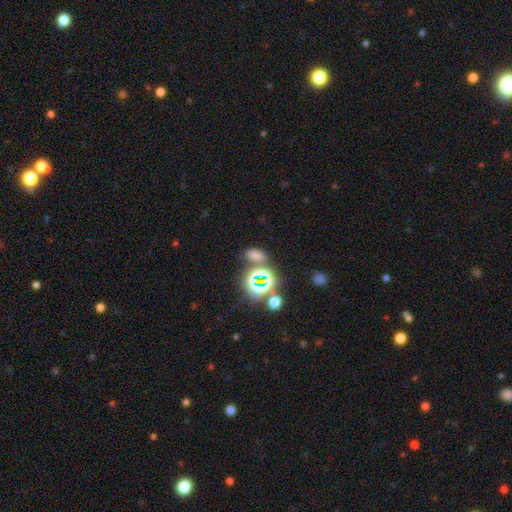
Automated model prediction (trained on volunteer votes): smooth 57%, star or artifact 35%, featured or disk 7%. Down the decision tree: how rounded — in between (79%); merging — none (69%).